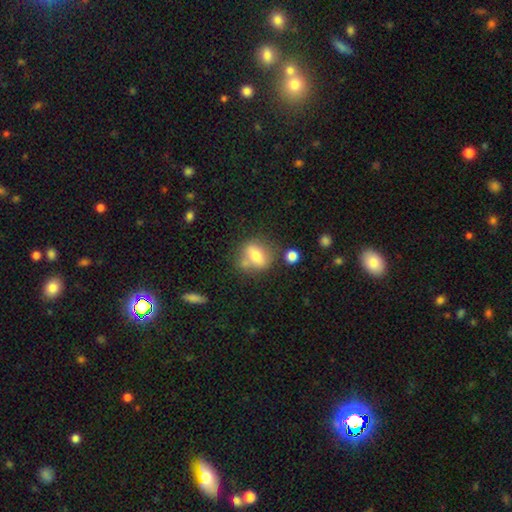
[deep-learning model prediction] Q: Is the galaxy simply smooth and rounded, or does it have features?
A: smooth — 64%.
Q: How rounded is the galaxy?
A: in between — 51%.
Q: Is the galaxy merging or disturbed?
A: none — 61%.